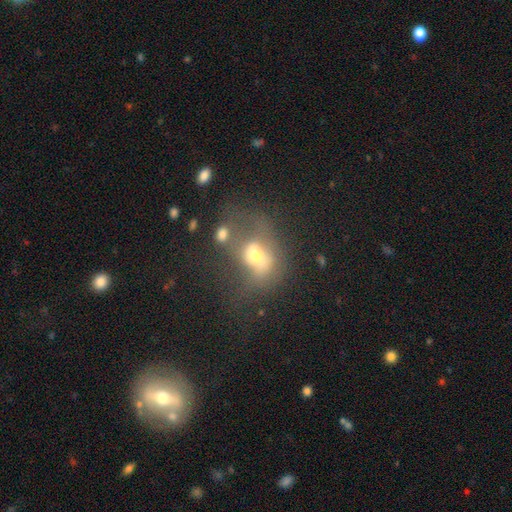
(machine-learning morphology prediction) A smooth galaxy with no disk features (56%) that is in between round and cigar-shaped (63%).

Vote fractions:
- Smooth or featured? smooth: 56% / featured or disk: 31% / star or artifact: 14%
- How rounded? in between: 63% / round: 35% / cigar-shaped: 2%
- Merging? major disturbance: 34% / merger: 24% / none: 23% / minor disturbance: 19%